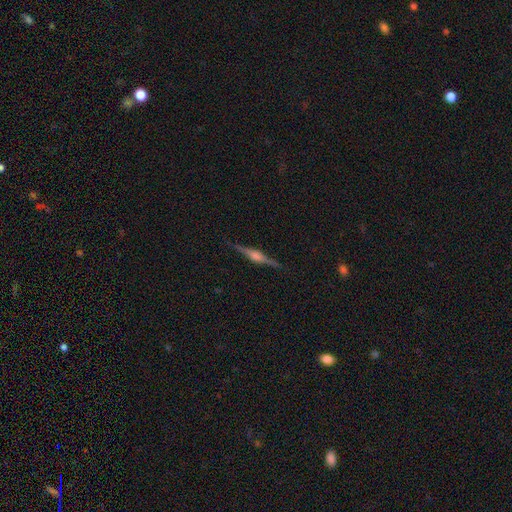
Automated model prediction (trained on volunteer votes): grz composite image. It shows a featured or disk galaxy (84%) viewed edge-on (98%) with a rounded central bulge (79%). Merging: none (91%).